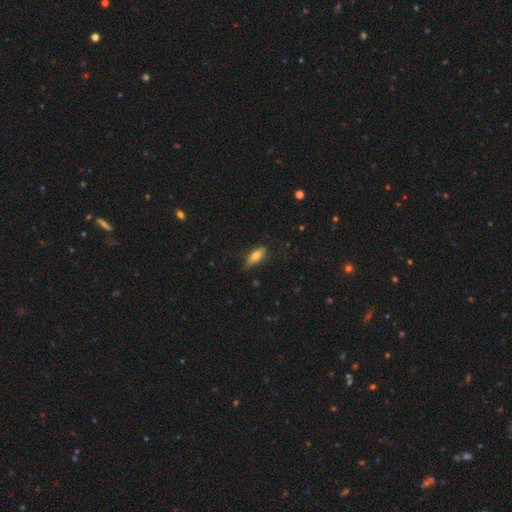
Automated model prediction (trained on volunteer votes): This is likely a smooth galaxy (67%). How rounded: likely in between (63%). Merging: likely none (70%).